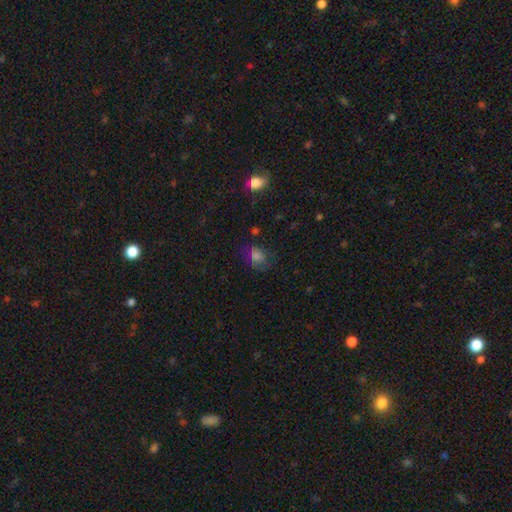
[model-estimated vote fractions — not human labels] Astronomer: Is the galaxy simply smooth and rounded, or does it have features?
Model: smooth — 59%.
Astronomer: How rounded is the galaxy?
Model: in between — 51% (runner-up: round, 47%).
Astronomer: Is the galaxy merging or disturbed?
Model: none — 63%.